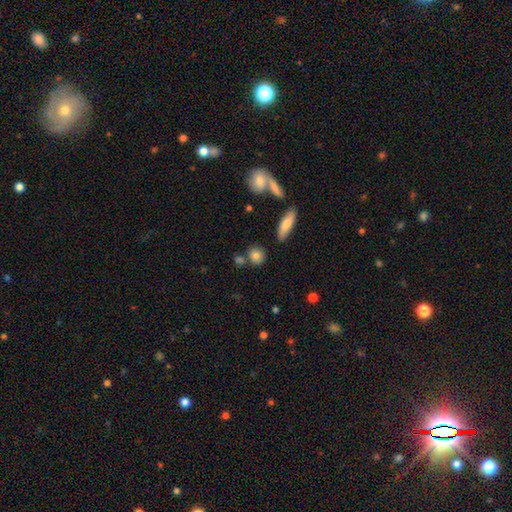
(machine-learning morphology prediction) Q: Smooth or featured?
A: smooth (80%); runner-up: featured or disk (10%)
Q: How rounded?
A: round (78%); runner-up: in between (19%)
Q: Merging?
A: none (72%); runner-up: merger (14%)